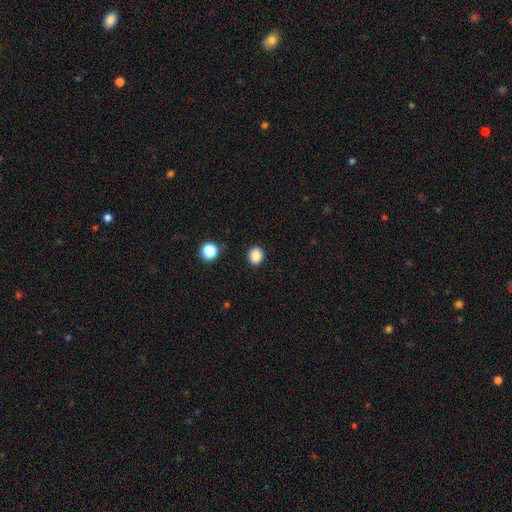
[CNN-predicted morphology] smooth_or_featured: smooth (p=0.87) [alt: star or artifact p=0.11]
how_rounded: round (p=0.69) [alt: in between p=0.30]
merging: none (p=0.90) [alt: minor disturbance p=0.06]